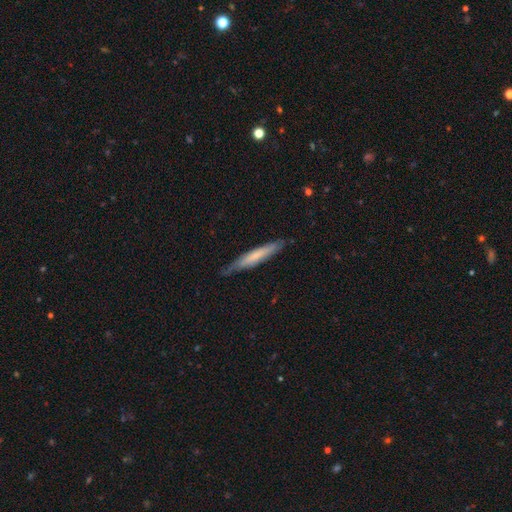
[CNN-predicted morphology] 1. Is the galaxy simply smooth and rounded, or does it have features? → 56% smooth, 39% featured or disk, 6% star or artifact.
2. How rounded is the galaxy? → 93% cigar-shaped, 6% in between, 1% round.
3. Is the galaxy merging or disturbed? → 77% none, 18% minor disturbance, 3% major disturbance, 1% merger.